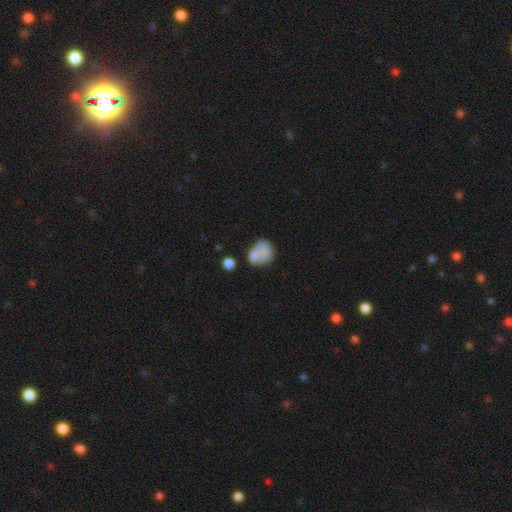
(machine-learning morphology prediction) Q: Smooth or featured?
A: smooth (71%); runner-up: featured or disk (19%)
Q: How rounded?
A: round (57%); runner-up: in between (41%)
Q: Merging?
A: none (38%); runner-up: merger (28%)